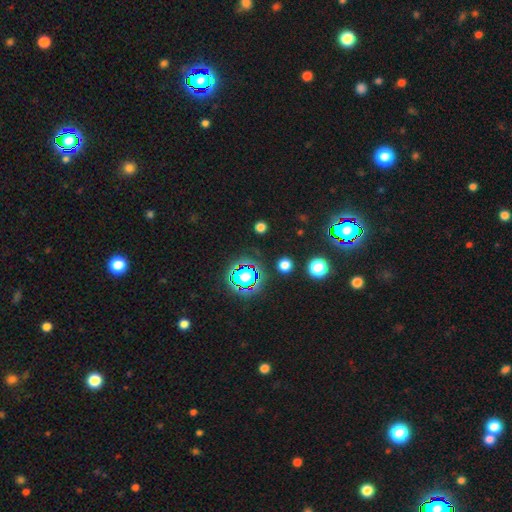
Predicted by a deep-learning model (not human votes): The model was most divided on "smooth or featured": star or artifact: 82%, smooth: 11%, featured or disk: 7%.